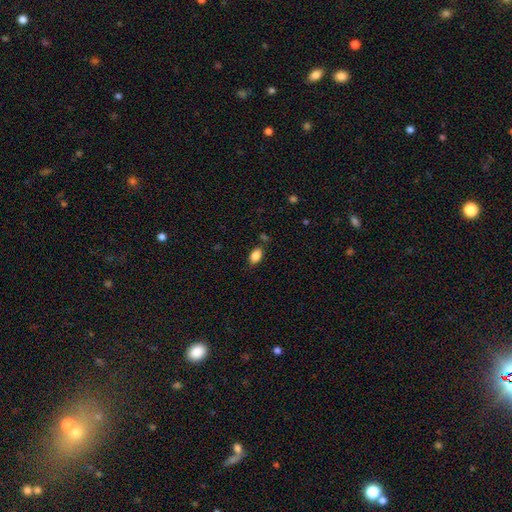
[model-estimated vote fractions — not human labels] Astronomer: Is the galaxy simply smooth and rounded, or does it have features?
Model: smooth — 86%.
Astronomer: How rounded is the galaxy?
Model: in between — 90%.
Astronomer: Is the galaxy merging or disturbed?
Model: none — 80%.